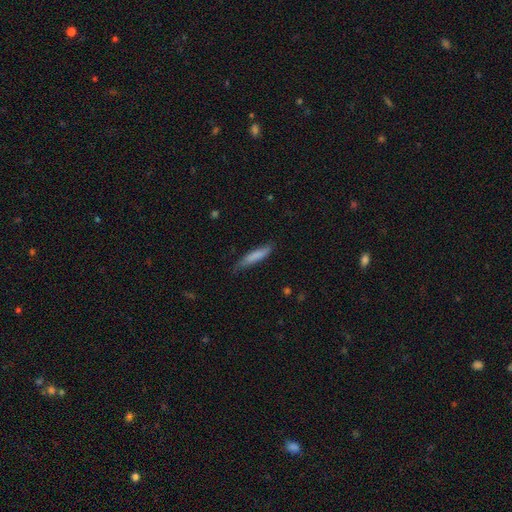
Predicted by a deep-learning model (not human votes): smooth-or-featured: smooth: 78% | featured or disk: 16% | star or artifact: 6%
  how-rounded: cigar-shaped: 85% | in between: 13% | round: 1%
  merging: none: 70% | minor disturbance: 23% | major disturbance: 5% | merger: 2%